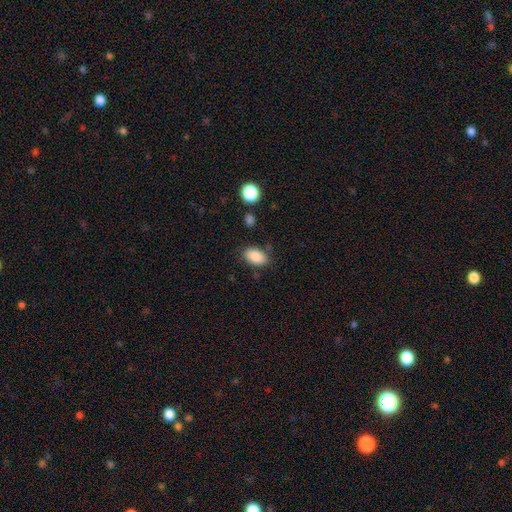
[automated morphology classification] This appears to be a smooth galaxy with no disk features (87%) that is in between round and cigar-shaped (91%). Merging: none (80%).